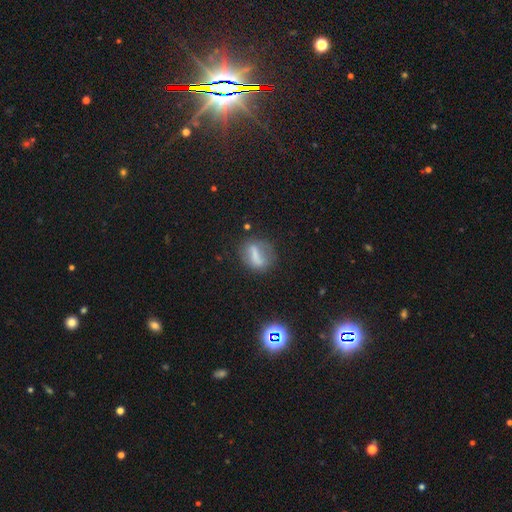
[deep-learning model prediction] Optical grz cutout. It shows a smooth galaxy with no disk features (52%) that is in between round and cigar-shaped (47%). Merging: none (65%).